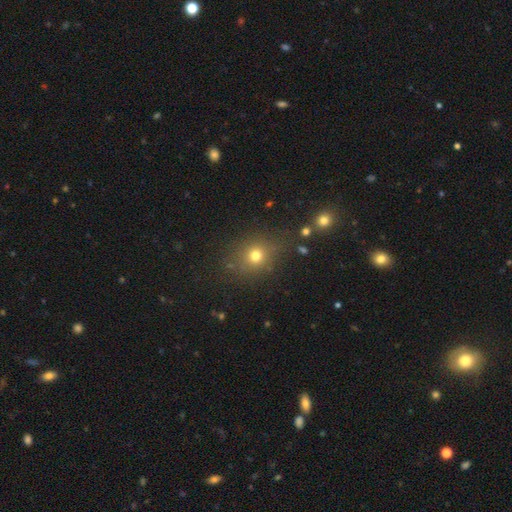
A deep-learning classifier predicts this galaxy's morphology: This appears to be a smooth galaxy with no disk features (72%) that is round (74%). Merging: none (80%).